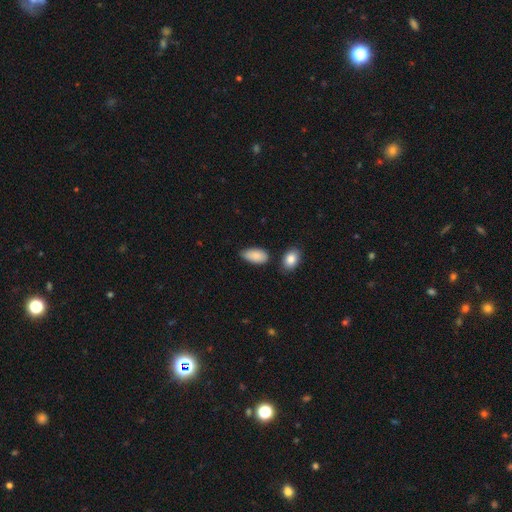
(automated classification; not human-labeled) A smooth galaxy with no disk features (87%) that is in between round and cigar-shaped (93%). Merging: none (60%).